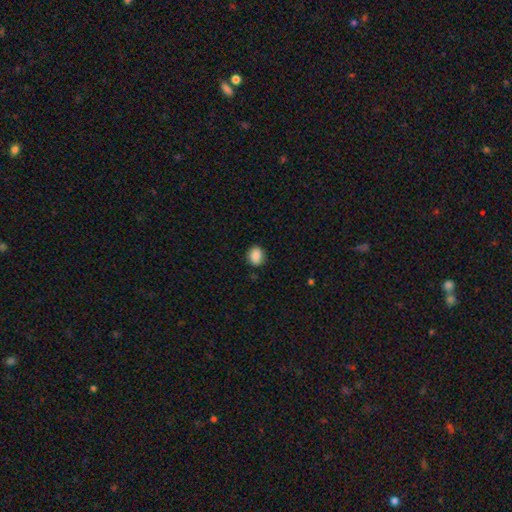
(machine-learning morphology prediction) Overall: smooth (88%). How rounded: round (59%; in between 40%). Merging: none (86%).